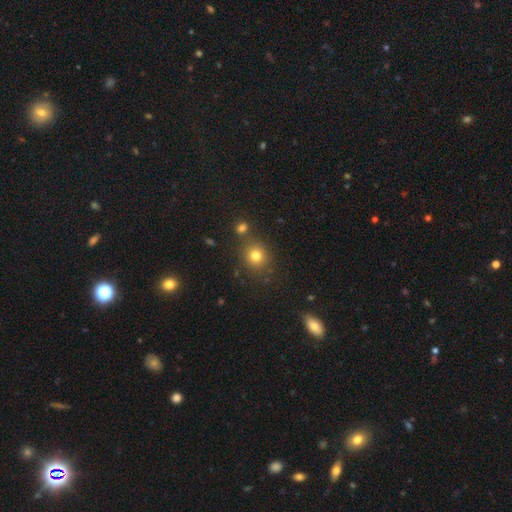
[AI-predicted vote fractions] Smooth or featured? Predicted: smooth (p=0.78). How rounded? Predicted: round (p=0.86). Merging? Predicted: none (p=0.78).